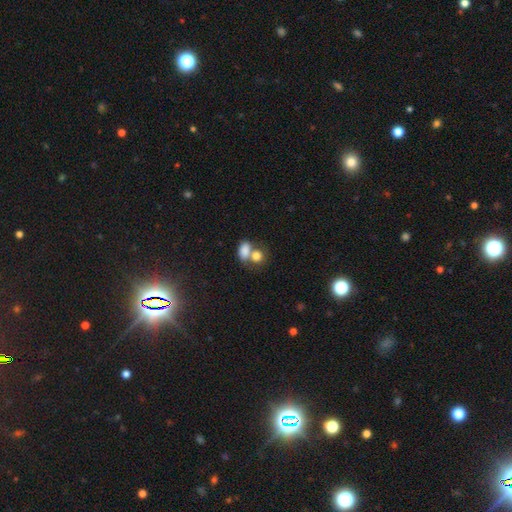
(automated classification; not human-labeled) Overall: smooth (80%). How rounded: in between (62%; round 37%). Merging: merger (59%; none 28%).